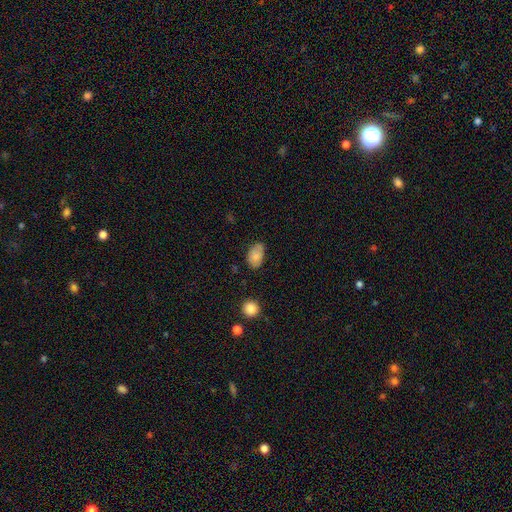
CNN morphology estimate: This appears to be a smooth galaxy with no disk features (80%) that is in between round and cigar-shaped (90%). Merging: none (63%).